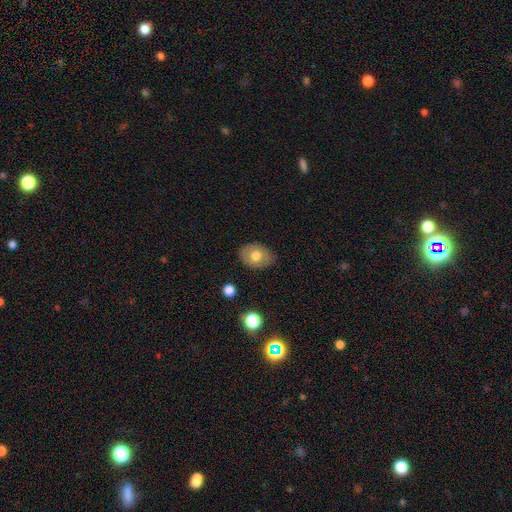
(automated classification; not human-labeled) smooth-or-featured: smooth: 69% | featured or disk: 23% | star or artifact: 8%
  how-rounded: in between: 64% | round: 35% | cigar-shaped: 1%
  merging: none: 83% | minor disturbance: 13% | major disturbance: 3% | merger: 1%